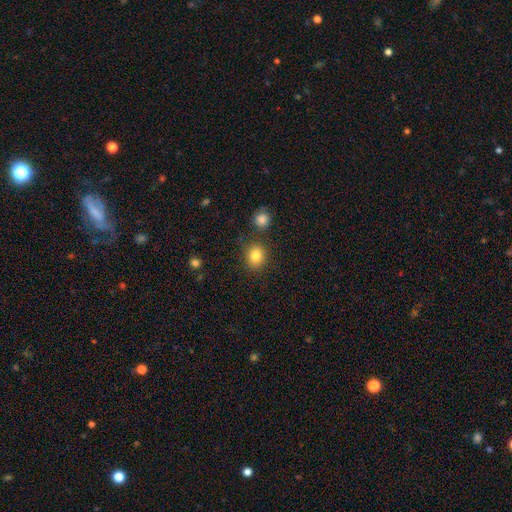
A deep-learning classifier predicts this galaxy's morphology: The model was most divided on "how rounded": round: 75%, in between: 24%, cigar-shaped: 1%. More confident: merging — none (82%); smooth or featured — smooth (81%).